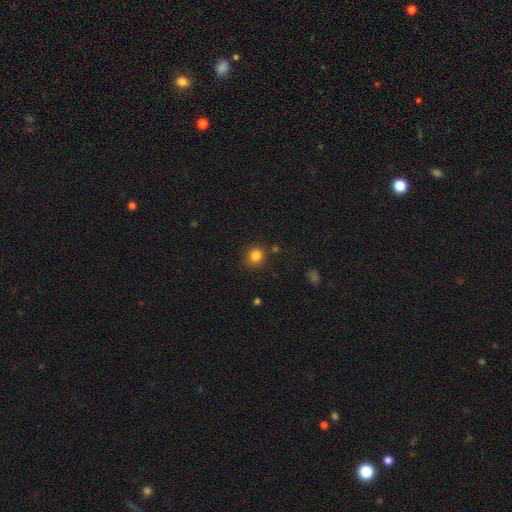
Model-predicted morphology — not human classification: smooth-or-featured: smooth: 83% | star or artifact: 12% | featured or disk: 5%
  how-rounded: round: 86% | in between: 13% | cigar-shaped: 1%
  merging: none: 84% | minor disturbance: 10% | merger: 4% | major disturbance: 3%